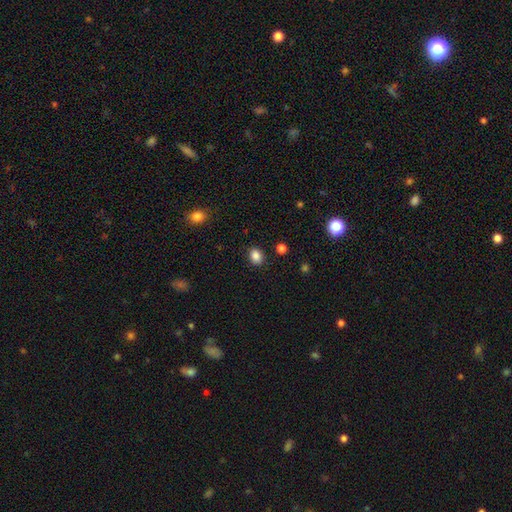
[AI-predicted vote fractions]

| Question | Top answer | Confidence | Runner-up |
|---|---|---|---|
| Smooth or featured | smooth | 85% | star or artifact (10%) |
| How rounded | in between | 60% | round (39%) |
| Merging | none | 87% | minor disturbance (9%) |